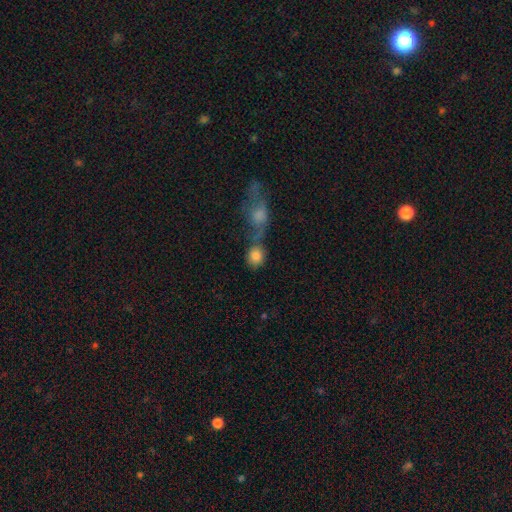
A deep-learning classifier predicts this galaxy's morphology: Smooth or featured? Predicted: smooth (p=0.82). How rounded? Predicted: round (p=0.73). Merging? Predicted: merger (p=0.44).